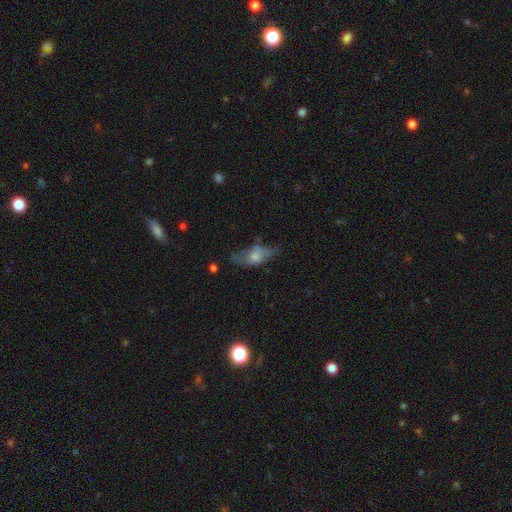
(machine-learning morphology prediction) Smooth or featured? Predicted: smooth (p=0.56). How rounded? Predicted: in between (p=0.81). Merging? Predicted: none (p=0.40).